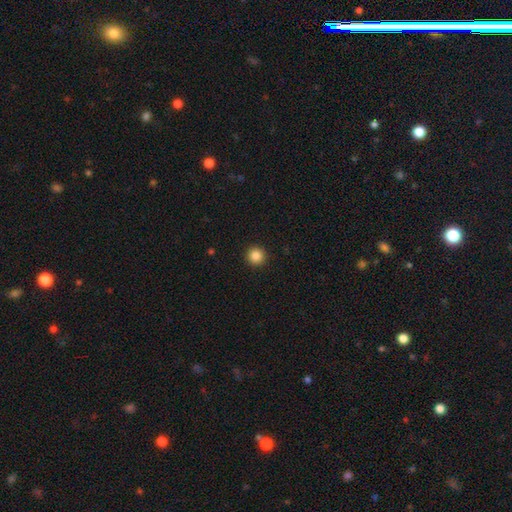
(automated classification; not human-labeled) A smooth galaxy with no disk features (86%) that is round (96%).

Vote fractions:
- Smooth or featured? smooth: 86% / star or artifact: 10% / featured or disk: 4%
- How rounded? round: 96% / in between: 3% / cigar-shaped: 1%
- Merging? none: 93% / minor disturbance: 4% / major disturbance: 2% / merger: 1%